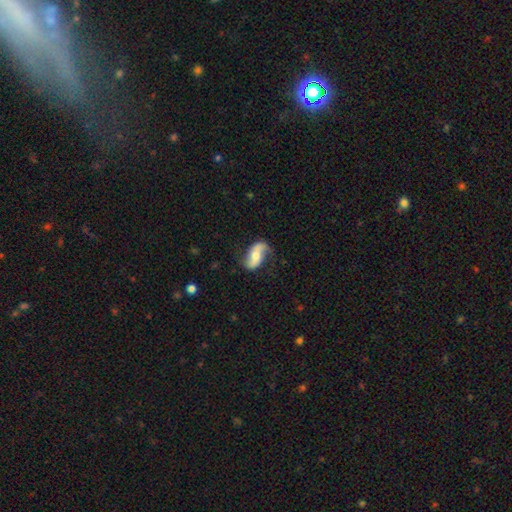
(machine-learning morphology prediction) Smooth or featured?
  - featured or disk: 70% *
  - smooth: 24%
  - star or artifact: 6%
Edge-on disk?
  - no: 94% *
  - yes: 6%
Bar?
  - no: 48% *
  - weak: 30%
  - strong: 23%
Spiral arms?
  - yes: 91% *
  - no: 9%
Spiral winding?
  - loose: 75% *
  - medium: 18%
  - tight: 7%
Spiral arm count?
  - 2: 88% *
  - 1: 5%
  - can't tell: 3%
  - 3: 1%
  - 4: 1%
  - more than 4: 1%
Bulge size?
  - moderate: 62% *
  - small: 29%
  - large: 5%
  - none: 2%
  - dominant: 1%
Merging?
  - none: 69% *
  - minor disturbance: 21%
  - major disturbance: 8%
  - merger: 2%